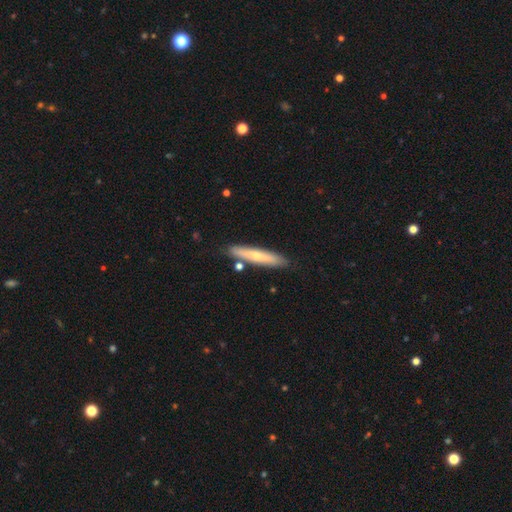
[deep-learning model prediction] Smooth or featured? smooth (56%)
How rounded? cigar-shaped (90%)
Merging? none (84%)